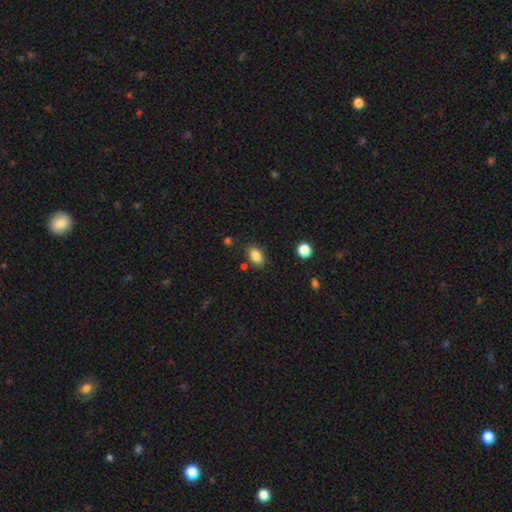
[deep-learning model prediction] Q: Smooth or featured?
A: smooth (86%); runner-up: star or artifact (9%)
Q: How rounded?
A: in between (83%); runner-up: round (16%)
Q: Merging?
A: none (81%); runner-up: minor disturbance (12%)